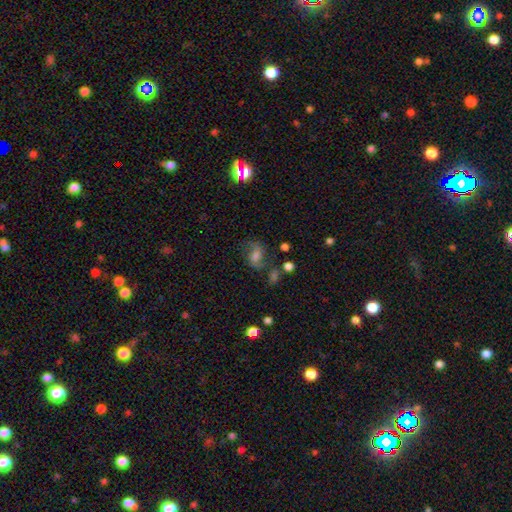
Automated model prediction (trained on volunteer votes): smooth_or_featured: featured or disk (p=0.48) [alt: smooth p=0.32]
merging: none (p=0.60) [alt: minor disturbance p=0.19]